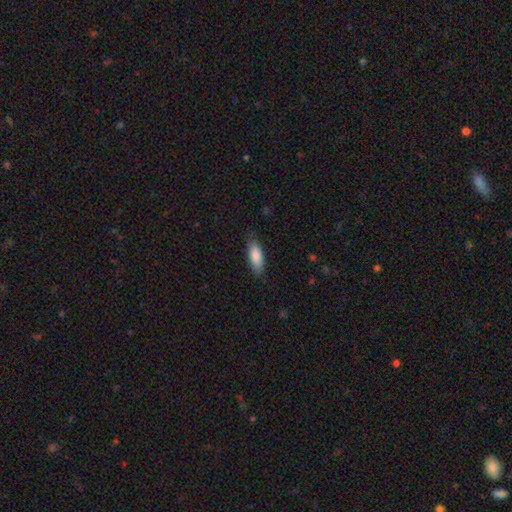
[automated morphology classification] Smooth or featured?
  - smooth: 85% *
  - featured or disk: 9%
  - star or artifact: 6%
How rounded?
  - in between: 71% *
  - cigar-shaped: 28%
  - round: 2%
Merging?
  - none: 81% *
  - minor disturbance: 15%
  - major disturbance: 3%
  - merger: 1%